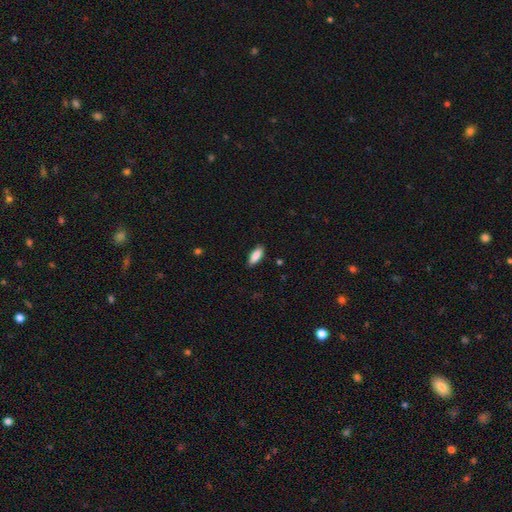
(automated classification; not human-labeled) smooth 88%, star or artifact 6%, featured or disk 6%. Down the decision tree: how rounded — in between (73%); merging — none (87%).